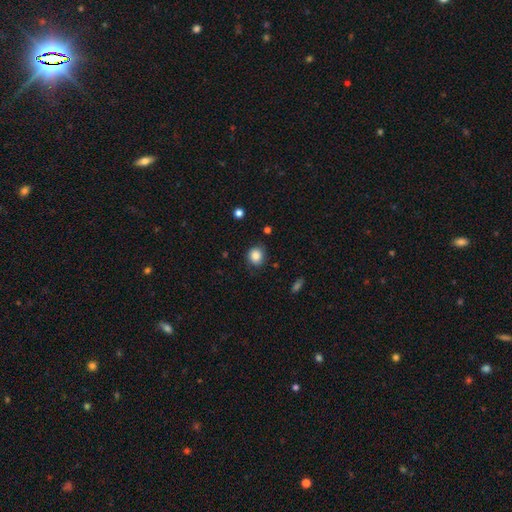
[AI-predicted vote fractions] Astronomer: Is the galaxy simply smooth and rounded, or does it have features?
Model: smooth — 84%.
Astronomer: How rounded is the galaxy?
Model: round — 75%.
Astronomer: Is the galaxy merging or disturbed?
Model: none — 75%.